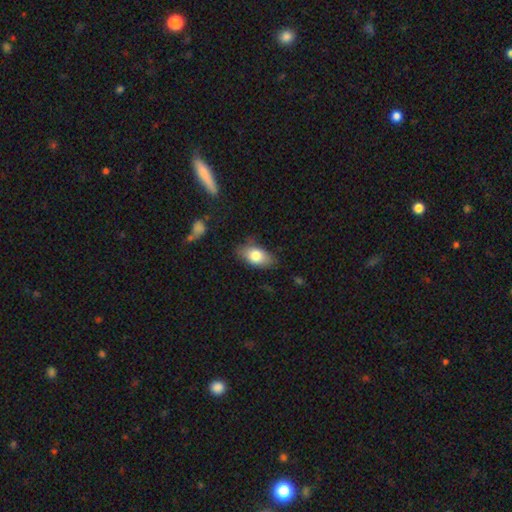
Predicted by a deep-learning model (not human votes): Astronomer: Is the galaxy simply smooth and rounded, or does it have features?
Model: smooth — 78%.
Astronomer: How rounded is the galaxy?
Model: in between — 90%.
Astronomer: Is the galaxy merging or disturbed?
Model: none — 73%.